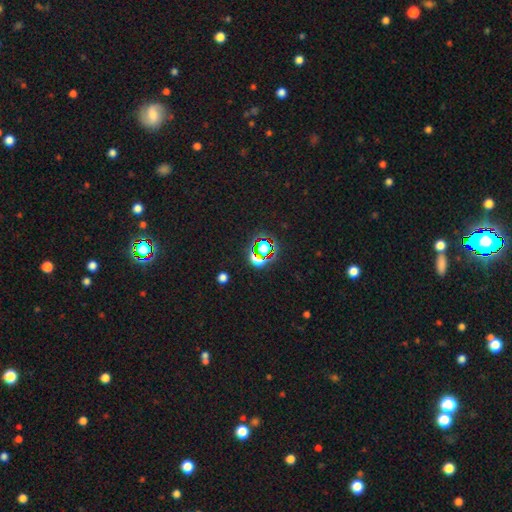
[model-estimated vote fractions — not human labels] Smooth or featured? Predicted: star or artifact (p=0.64).